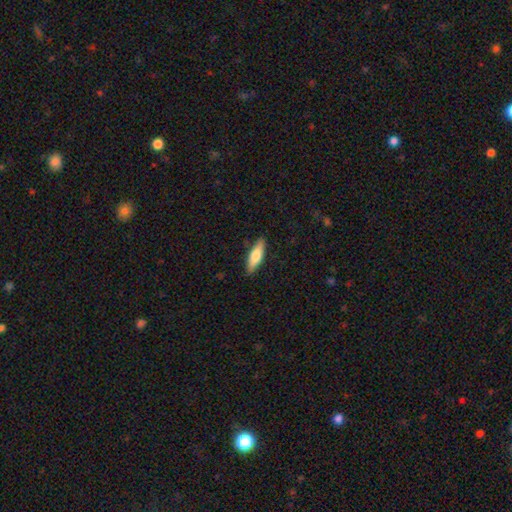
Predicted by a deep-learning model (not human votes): smooth_or_featured: smooth (p=0.68) [alt: featured or disk p=0.26]
how_rounded: cigar-shaped (p=0.55) [alt: in between p=0.43]
merging: none (p=0.87) [alt: minor disturbance p=0.10]